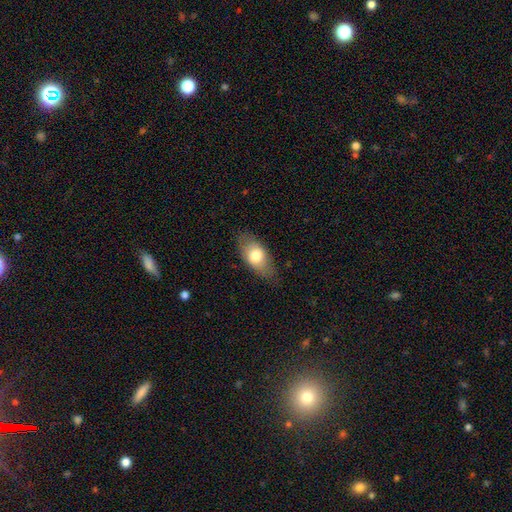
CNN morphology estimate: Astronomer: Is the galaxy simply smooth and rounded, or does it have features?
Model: smooth — 72%.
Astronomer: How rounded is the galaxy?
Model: in between — 88%.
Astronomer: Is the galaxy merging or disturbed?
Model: none — 79%.